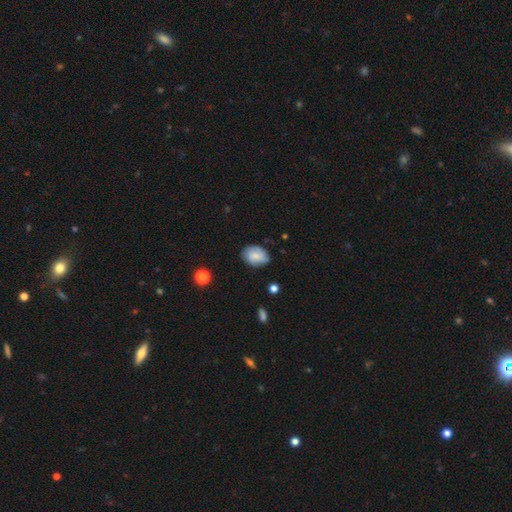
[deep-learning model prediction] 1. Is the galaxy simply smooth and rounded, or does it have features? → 77% smooth, 15% featured or disk, 8% star or artifact.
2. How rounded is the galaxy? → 72% in between, 27% round, 1% cigar-shaped.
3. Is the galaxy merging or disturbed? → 66% none, 28% minor disturbance, 5% major disturbance, 2% merger.